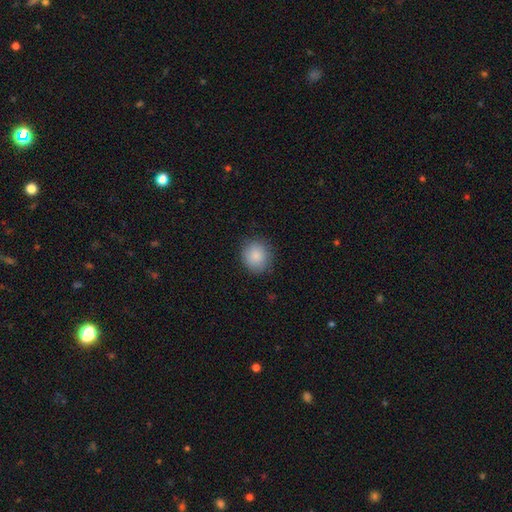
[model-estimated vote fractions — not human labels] Overall: smooth (87%). How rounded: round (84%). Merging: none (85%).